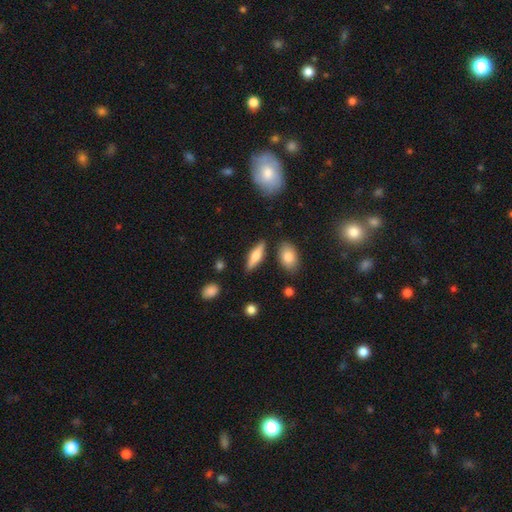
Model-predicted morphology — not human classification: Smooth or featured? Predicted: smooth (p=0.56). How rounded? Predicted: cigar-shaped (p=0.56). Merging? Predicted: none (p=0.82).